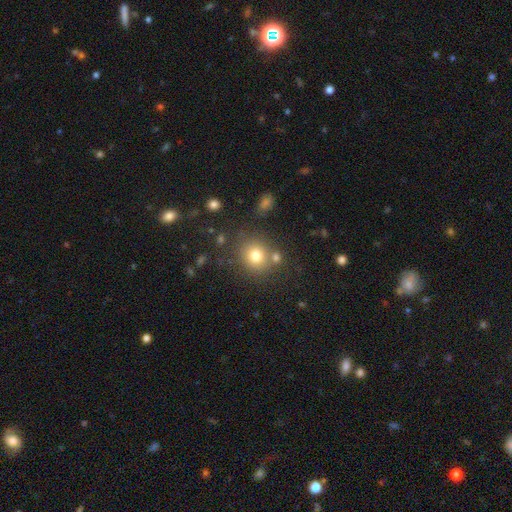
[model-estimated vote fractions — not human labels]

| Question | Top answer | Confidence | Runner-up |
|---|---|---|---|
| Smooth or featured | smooth | 77% | star or artifact (13%) |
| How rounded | round | 85% | in between (14%) |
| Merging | none | 73% | merger (13%) |